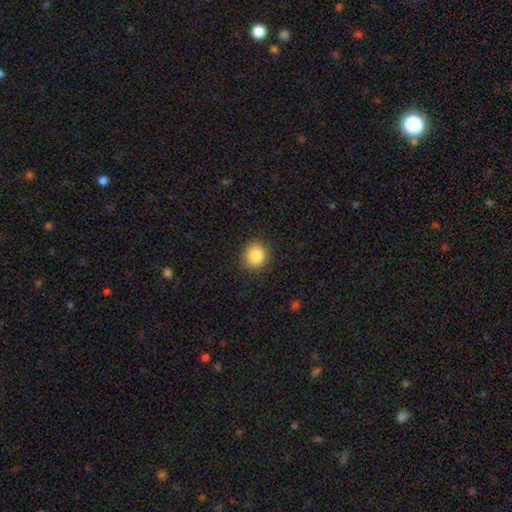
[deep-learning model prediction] Q: Smooth or featured?
A: smooth (85%); runner-up: star or artifact (10%)
Q: How rounded?
A: round (88%); runner-up: in between (11%)
Q: Merging?
A: none (90%); runner-up: minor disturbance (7%)